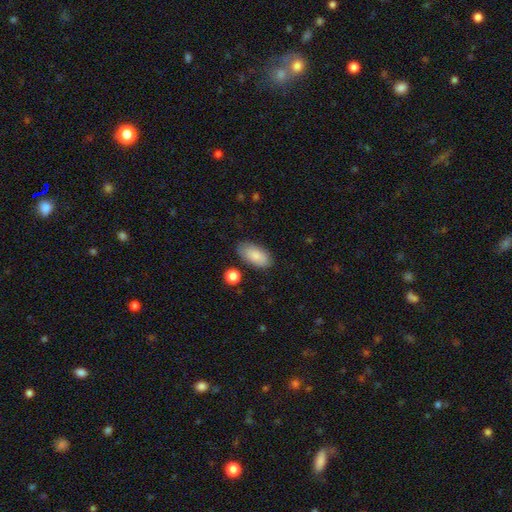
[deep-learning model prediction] Overall: smooth (87%). How rounded: in between (92%). Merging: none (81%).